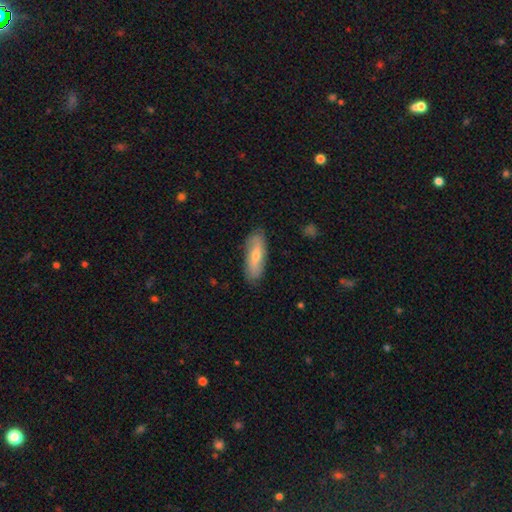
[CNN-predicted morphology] Smooth or featured: smooth — 57% (featured or disk — 37%)
How rounded: in between — 56% (cigar-shaped — 42%)
Merging: none — 85% (minor disturbance — 11%)